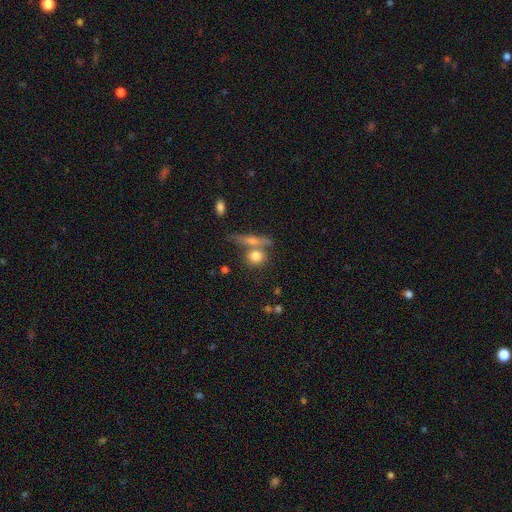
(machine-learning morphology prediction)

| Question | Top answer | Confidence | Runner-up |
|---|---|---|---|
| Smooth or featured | smooth | 77% | featured or disk (14%) |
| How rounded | round | 64% | in between (26%) |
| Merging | none | 54% | merger (31%) |